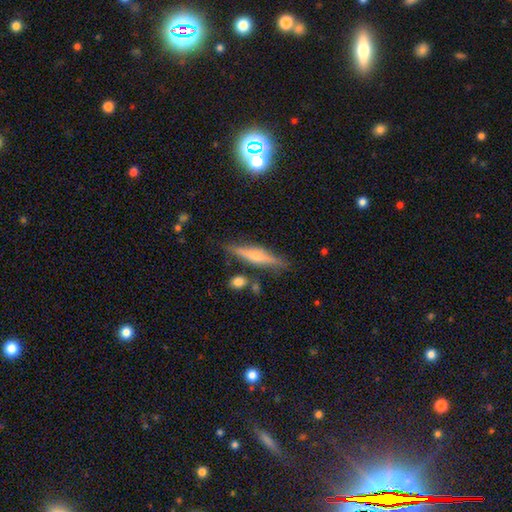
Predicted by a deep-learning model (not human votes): A featured or disk galaxy (57%) viewed edge-on (94%) with a rounded central bulge (78%). Merging: none (82%).